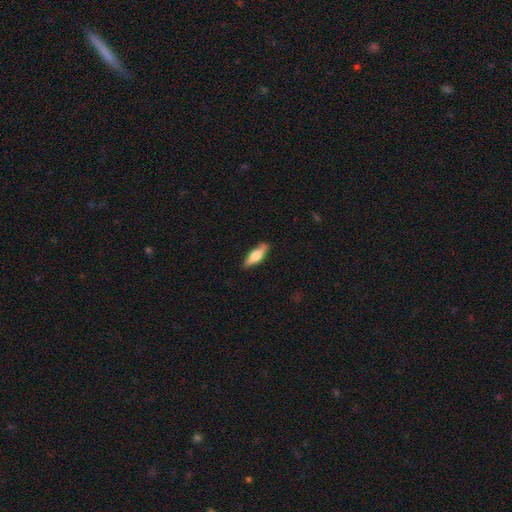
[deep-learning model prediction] Smooth or featured? smooth (62%)
How rounded? in between (51%)
Merging? none (85%)